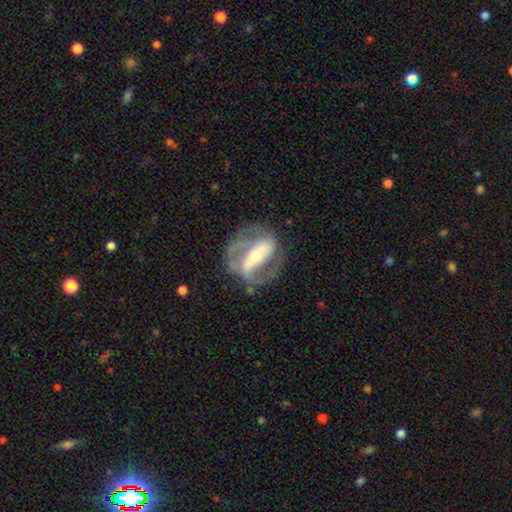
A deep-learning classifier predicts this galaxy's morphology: This is clearly a featured or disk galaxy (84%). It is clearly not viewed edge-on (92%). Bar: likely strong (70%). Spiral arm pattern: clearly yes (81%). Spiral arm count: clearly 2 (82%). Spiral winding: possibly medium (46%). Central bulge: possibly moderate (51%). Merging: likely none (66%).